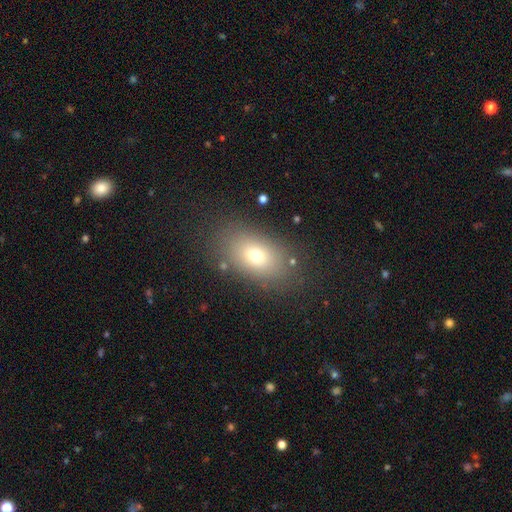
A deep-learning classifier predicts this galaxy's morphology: Smooth or featured? Predicted: smooth (p=0.71). How rounded? Predicted: in between (p=0.83). Merging? Predicted: none (p=0.82).